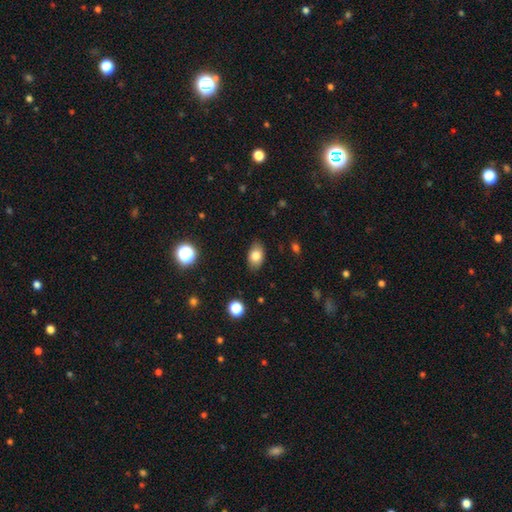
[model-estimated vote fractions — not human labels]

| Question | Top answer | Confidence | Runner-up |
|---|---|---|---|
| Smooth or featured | smooth | 81% | featured or disk (10%) |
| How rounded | in between | 86% | round (13%) |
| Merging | none | 83% | minor disturbance (13%) |